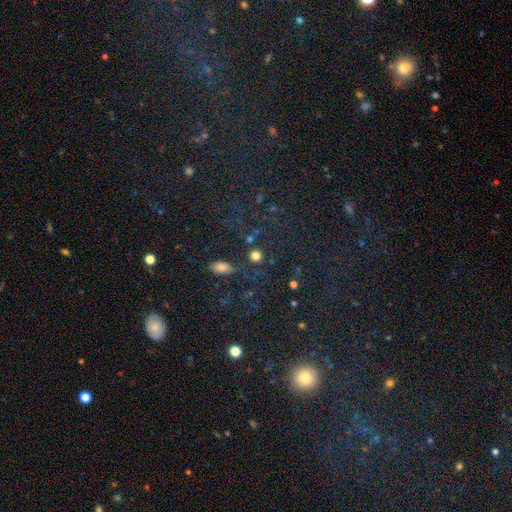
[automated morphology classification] Overall: smooth (77%). How rounded: round (86%). Merging: none (80%).